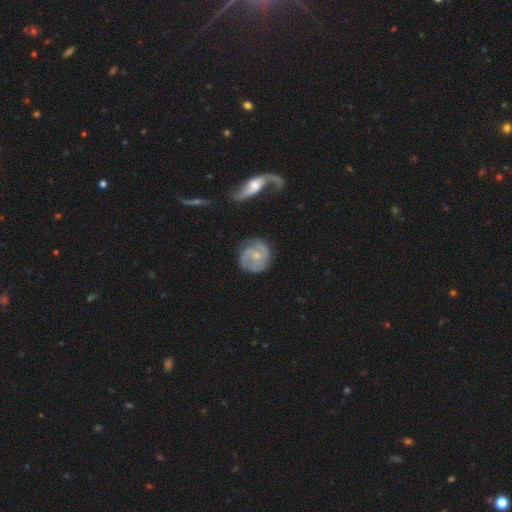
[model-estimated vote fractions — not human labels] Smooth or featured: featured or disk — 68% (smooth — 27%)
Edge-on disk: no — 97% (yes — 3%)
Bar: no — 69% (weak — 26%)
Spiral arms: yes — 86% (no — 14%)
Spiral winding: tight — 43% (medium — 38%)
Spiral arm count: 2 — 39% (can't tell — 24%)
Bulge size: small — 64% (moderate — 31%)
Merging: none — 68% (minor disturbance — 21%)